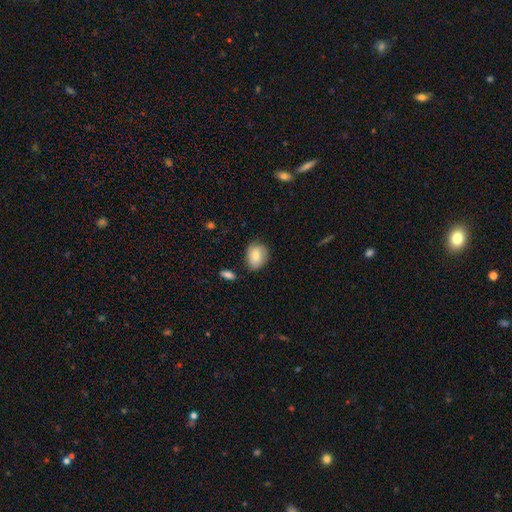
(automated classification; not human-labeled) Smooth or featured? Predicted: smooth (p=0.76). How rounded? Predicted: in between (p=0.55). Merging? Predicted: none (p=0.75).